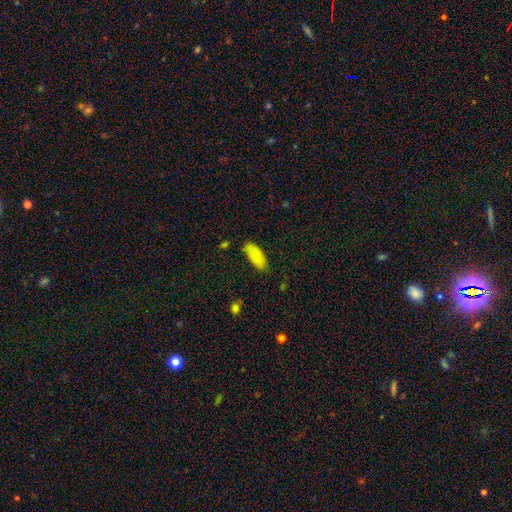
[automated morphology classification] Smooth or featured? smooth (87%)
How rounded? in between (83%)
Merging? none (75%)